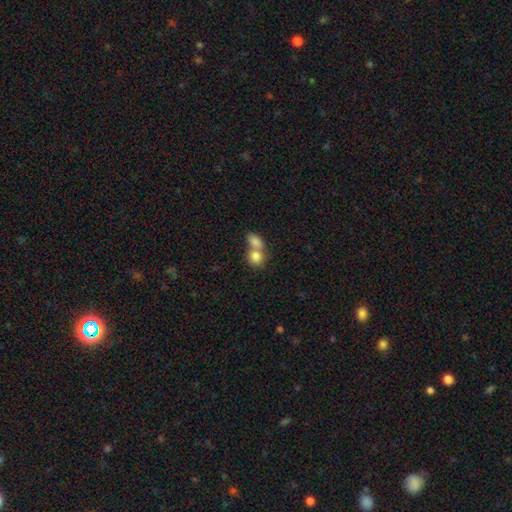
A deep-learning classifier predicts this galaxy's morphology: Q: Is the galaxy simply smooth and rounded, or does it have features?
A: smooth — 80%.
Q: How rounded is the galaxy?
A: round — 62%.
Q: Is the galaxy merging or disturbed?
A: merger — 66%.